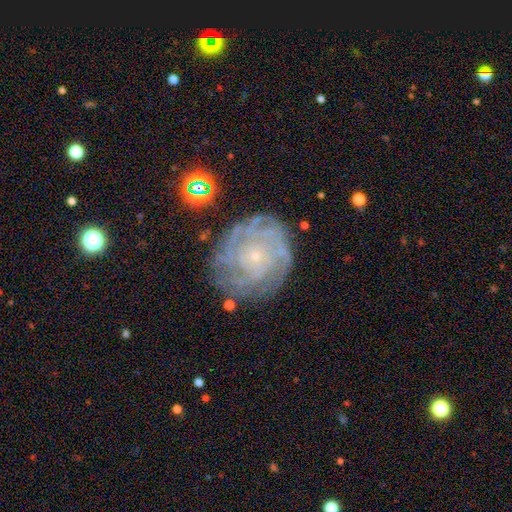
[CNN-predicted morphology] This is likely a featured or disk galaxy (79%). It is clearly not viewed edge-on (97%). Bar: clearly no (83%). Spiral arm pattern: clearly yes (91%). Spiral arm count: marginally can't tell (40%). Spiral winding: likely tight (76%). Central bulge: clearly small (85%). Merging: likely none (76%).